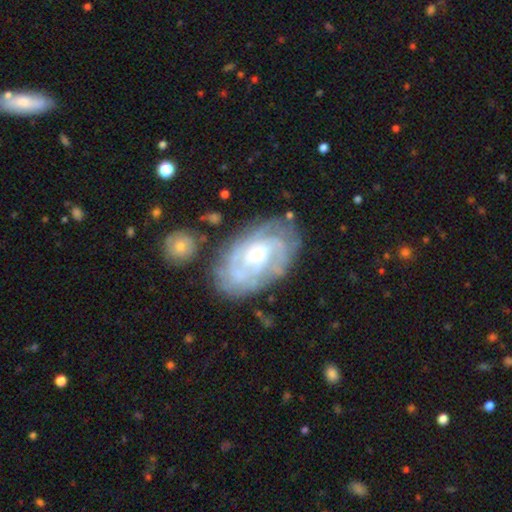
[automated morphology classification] Smooth or featured? featured or disk (80%)
Edge-on disk? no (96%)
Bar? no (65%)
Spiral arms? yes (91%)
Spiral winding? tight (67%)
Spiral arm count? can't tell (42%)
Bulge size? small (41%)
Merging? none (70%)